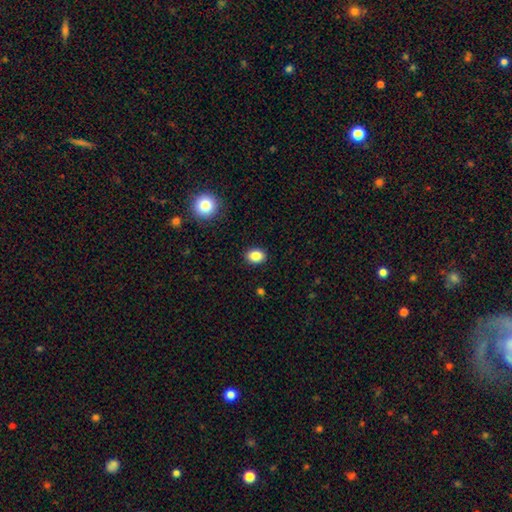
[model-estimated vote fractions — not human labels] This appears to be a smooth galaxy with no disk features (85%) that is in between round and cigar-shaped (61%). Merging: none (90%).